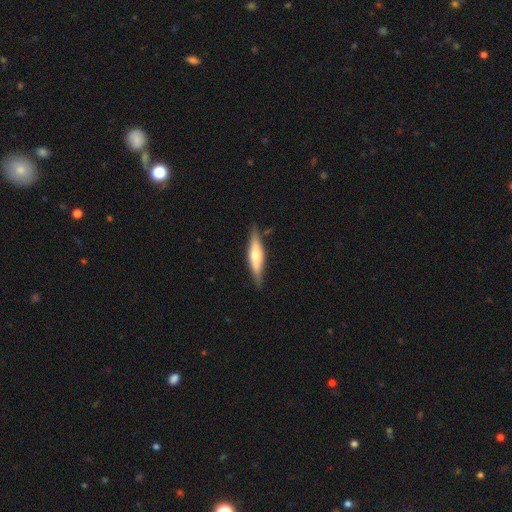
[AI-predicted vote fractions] smooth-or-featured: featured or disk: 56% | smooth: 39% | star or artifact: 6%
  disk-edge-on: yes: 94% | no: 6%
    edge-on-bulge: rounded: 71% | boxy: 21% | none: 8%
  merging: none: 84% | minor disturbance: 12% | major disturbance: 3% | merger: 2%